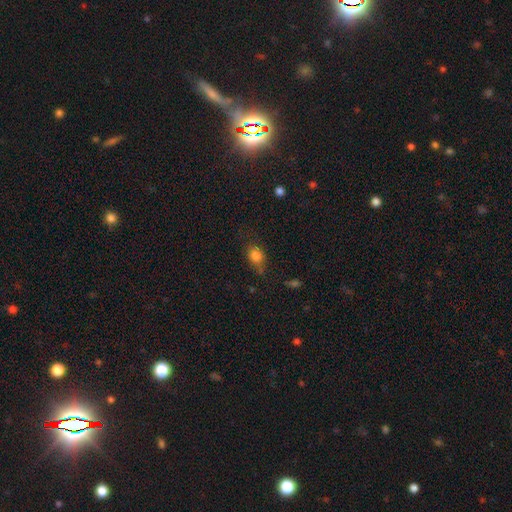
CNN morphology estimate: Smooth or featured: smooth — 82% (star or artifact — 11%)
How rounded: in between — 61% (round — 36%)
Merging: none — 62% (minor disturbance — 26%)